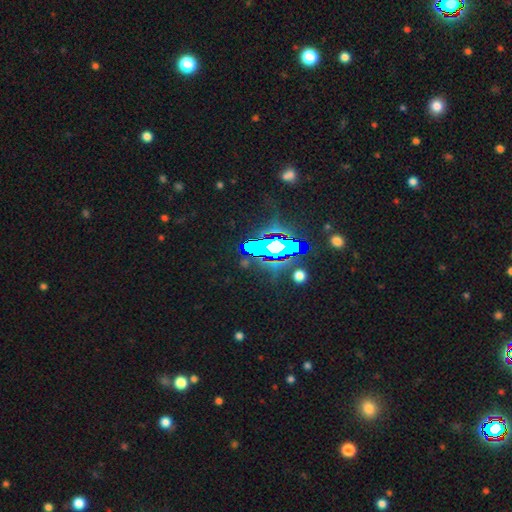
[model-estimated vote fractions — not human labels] The model was most divided on "smooth or featured": star or artifact: 74%, featured or disk: 13%, smooth: 13%.